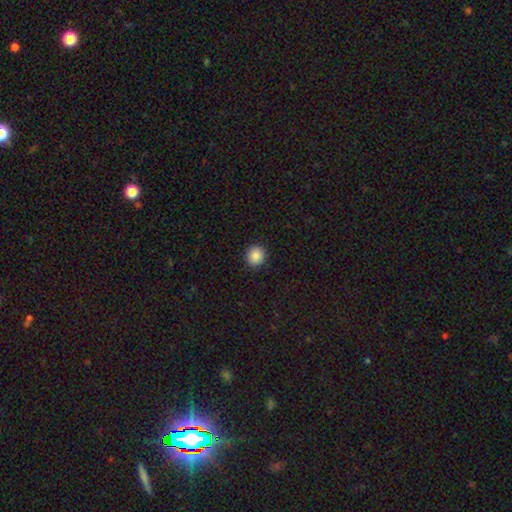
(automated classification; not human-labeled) The model was most divided on "smooth or featured": smooth: 87%, star or artifact: 9%, featured or disk: 4%. More confident: merging — none (92%); how rounded — round (91%).